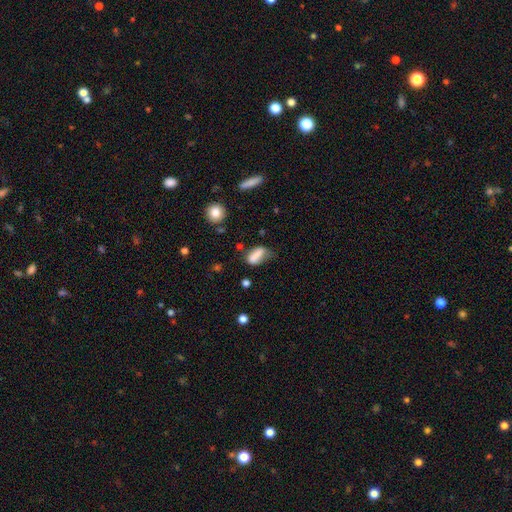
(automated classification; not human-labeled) This appears to be a smooth galaxy with no disk features (78%) that is in between round and cigar-shaped (79%). Merging: none (38%).